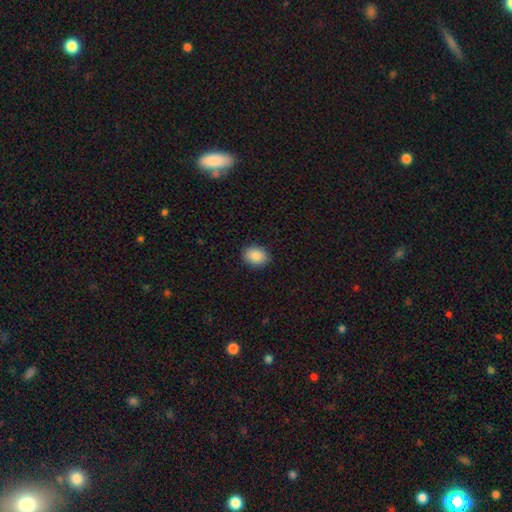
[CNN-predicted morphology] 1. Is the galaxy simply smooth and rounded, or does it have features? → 89% smooth, 7% star or artifact, 3% featured or disk.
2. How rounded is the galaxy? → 66% in between, 33% round, 1% cigar-shaped.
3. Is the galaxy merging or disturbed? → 90% none, 8% minor disturbance, 2% major disturbance, 1% merger.